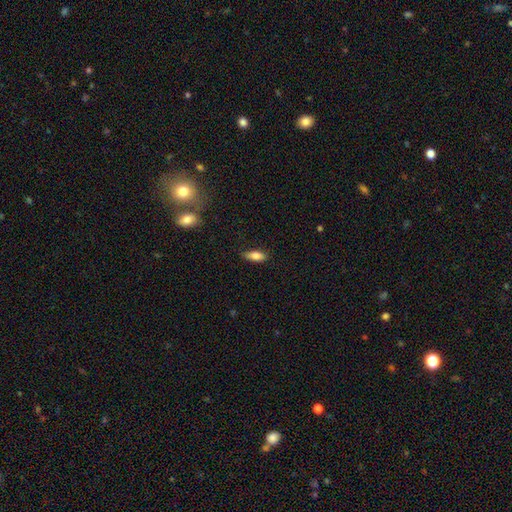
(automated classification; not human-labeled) Morphology: type=smooth (80%); roundness=in between (74%); merging=none (75%).